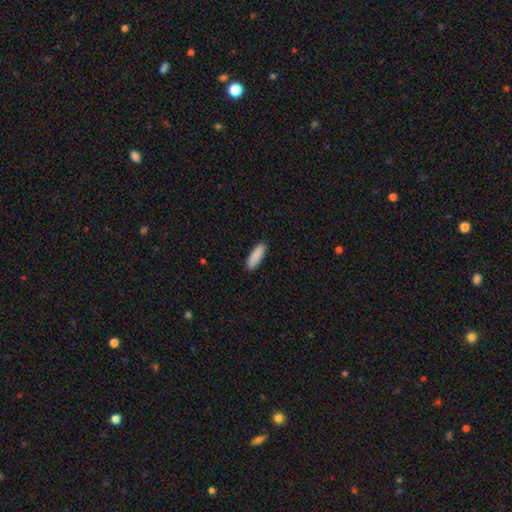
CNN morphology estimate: Overall: smooth (90%). How rounded: cigar-shaped (51%; in between 48%). Merging: none (91%).